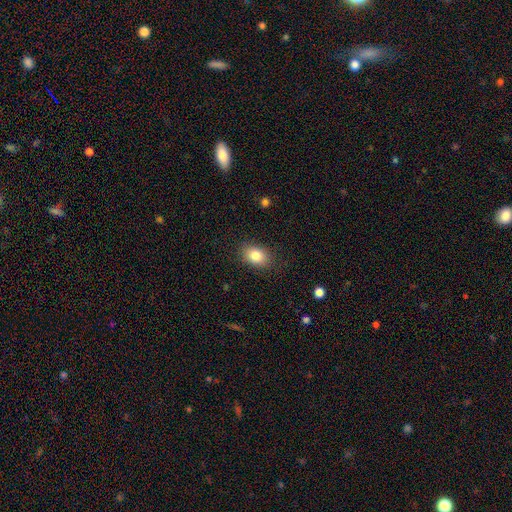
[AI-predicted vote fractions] Smooth or featured: smooth — 83% (star or artifact — 9%)
How rounded: in between — 76% (round — 23%)
Merging: none — 86% (minor disturbance — 10%)